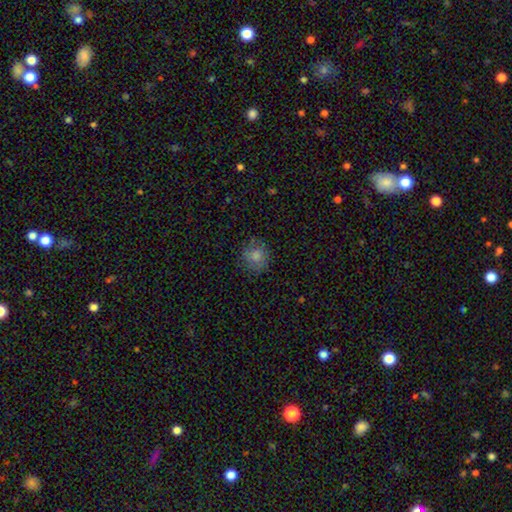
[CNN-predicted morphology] smooth_or_featured: smooth (p=0.76) [alt: star or artifact p=0.13]
how_rounded: round (p=0.88) [alt: in between p=0.11]
merging: none (p=0.83) [alt: minor disturbance p=0.13]